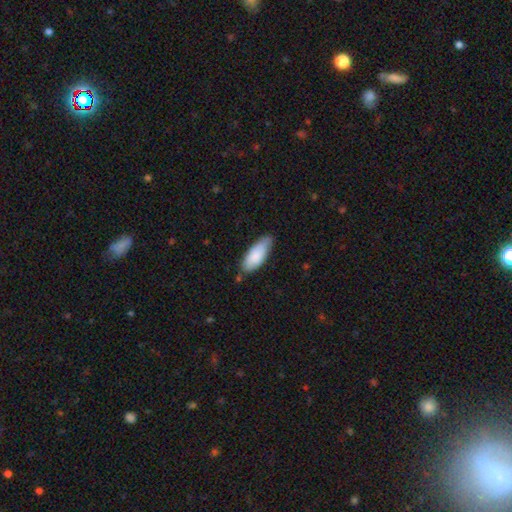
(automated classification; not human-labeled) This appears to be a smooth galaxy with no disk features (84%) that is in between round and cigar-shaped (77%). Merging: none (68%).